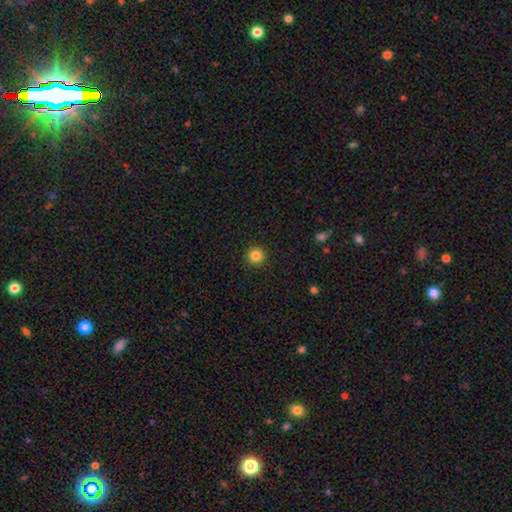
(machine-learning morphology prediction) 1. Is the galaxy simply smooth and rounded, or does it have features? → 84% smooth, 11% star or artifact, 5% featured or disk.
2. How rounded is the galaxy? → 96% round, 3% in between, 1% cigar-shaped.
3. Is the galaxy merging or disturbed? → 93% none, 5% minor disturbance, 2% major disturbance, 1% merger.